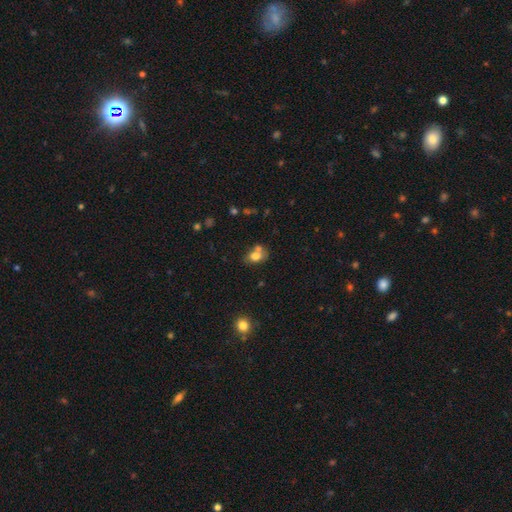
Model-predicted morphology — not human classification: Overall: smooth (75%). How rounded: in between (65%; round 34%). Merging: none (40%; merger 39%).